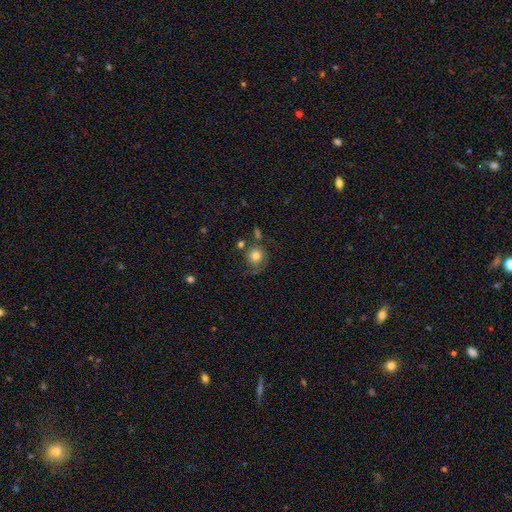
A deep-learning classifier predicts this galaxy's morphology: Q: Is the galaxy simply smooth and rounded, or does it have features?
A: smooth — 71%.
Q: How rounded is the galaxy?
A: round — 87%.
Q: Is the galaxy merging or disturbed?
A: none — 53%.